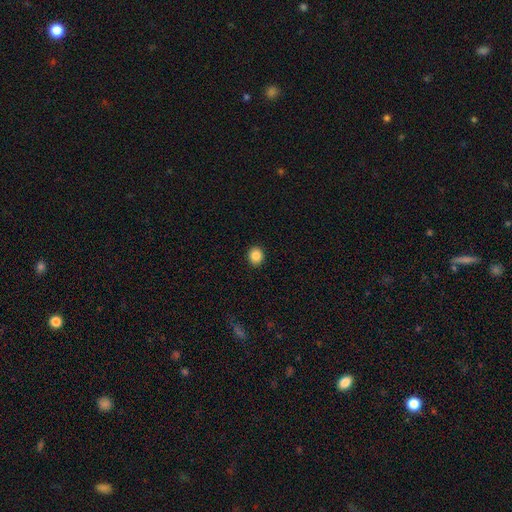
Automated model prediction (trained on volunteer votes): Overall: smooth (86%). How rounded: round (75%). Merging: none (92%).